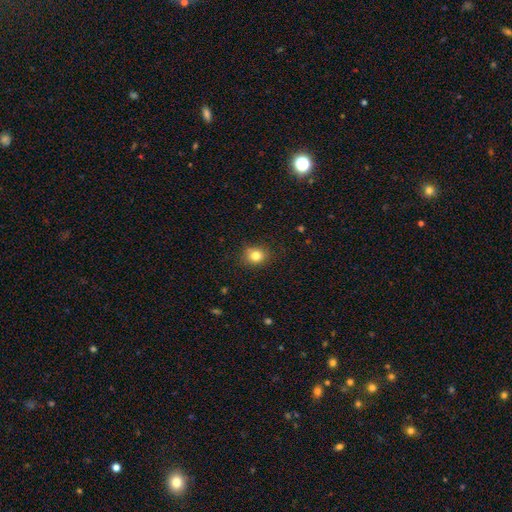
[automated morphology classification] Q: Smooth or featured?
A: smooth (82%); runner-up: star or artifact (12%)
Q: How rounded?
A: round (70%); runner-up: in between (29%)
Q: Merging?
A: none (84%); runner-up: minor disturbance (12%)